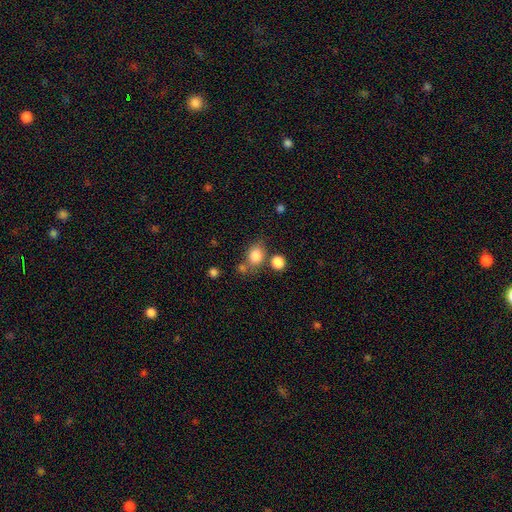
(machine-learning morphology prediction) smooth_or_featured: smooth (p=0.82) [alt: star or artifact p=0.11]
how_rounded: round (p=0.52) [alt: in between p=0.47]
merging: none (p=0.61) [alt: merger p=0.18]